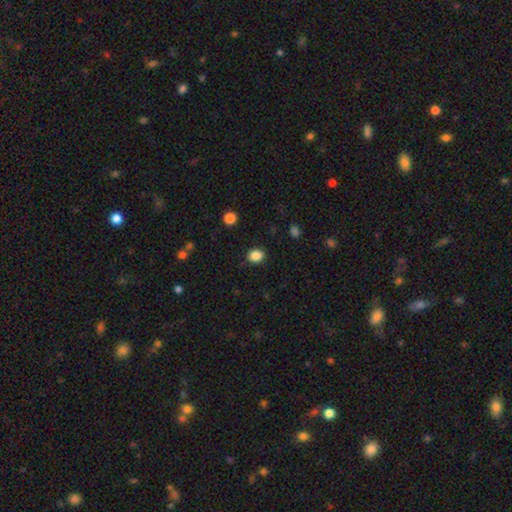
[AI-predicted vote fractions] smooth-or-featured: smooth: 86% | star or artifact: 10% | featured or disk: 4%
  how-rounded: round: 52% | in between: 47% | cigar-shaped: 1%
  merging: none: 88% | minor disturbance: 8% | major disturbance: 2% | merger: 1%